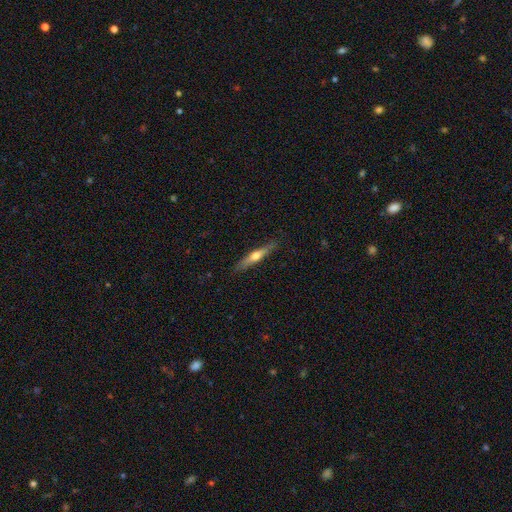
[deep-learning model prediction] Overall: featured or disk (55%; smooth 40%). Edge-on disk: yes (95%). Edge-on bulge: rounded (89%). Merging: none (87%).